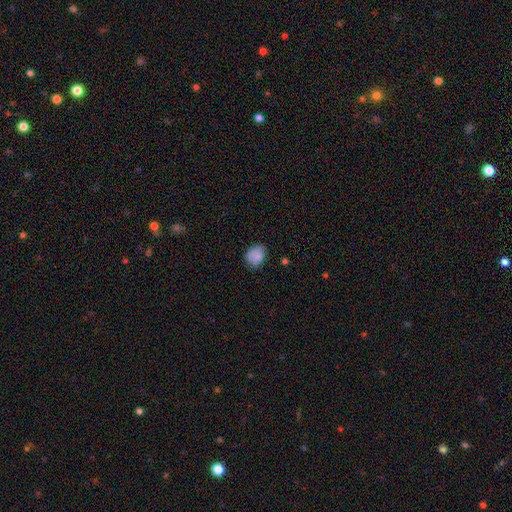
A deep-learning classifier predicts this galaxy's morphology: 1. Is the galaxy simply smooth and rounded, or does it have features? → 83% smooth, 9% star or artifact, 8% featured or disk.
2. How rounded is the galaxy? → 54% round, 45% in between, 1% cigar-shaped.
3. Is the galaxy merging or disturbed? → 68% none, 25% minor disturbance, 5% major disturbance, 2% merger.